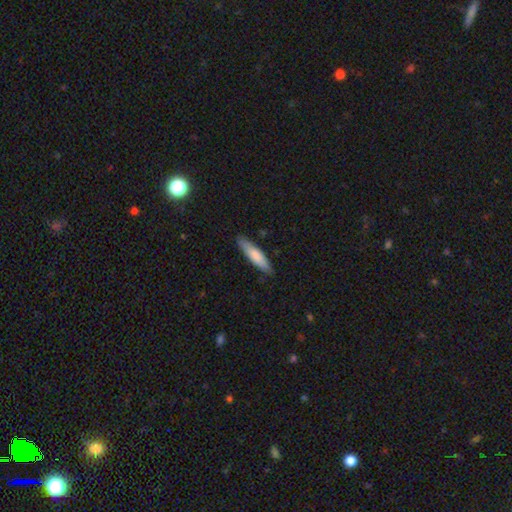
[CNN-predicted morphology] The model was most divided on "how rounded": cigar-shaped: 77%, in between: 22%, round: 1%. More confident: merging — none (86%); smooth or featured — smooth (77%).